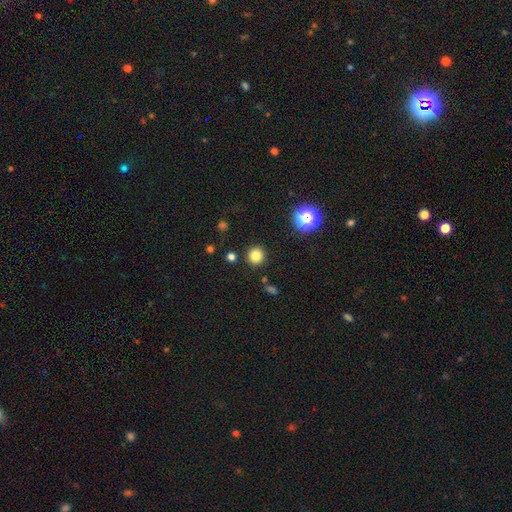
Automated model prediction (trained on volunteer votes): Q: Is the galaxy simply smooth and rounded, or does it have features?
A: smooth — 80%.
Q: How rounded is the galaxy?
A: round — 94%.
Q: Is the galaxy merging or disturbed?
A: none — 90%.